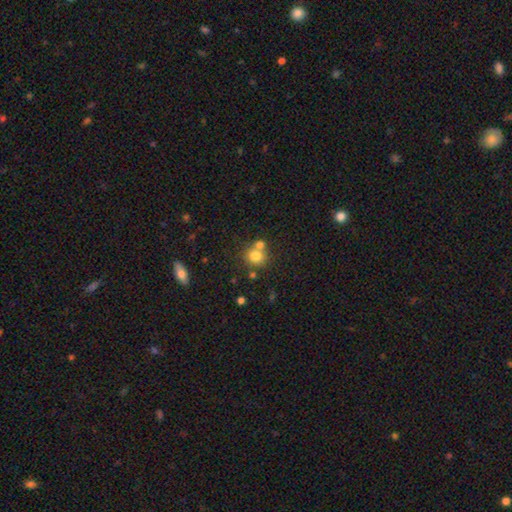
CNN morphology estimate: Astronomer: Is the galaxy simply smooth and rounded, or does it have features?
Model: smooth — 77%.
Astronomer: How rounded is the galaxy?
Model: round — 84%.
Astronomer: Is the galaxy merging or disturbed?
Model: none — 53% (runner-up: merger, 35%).